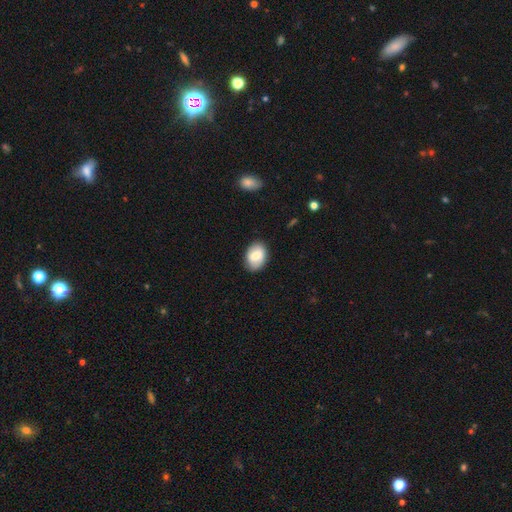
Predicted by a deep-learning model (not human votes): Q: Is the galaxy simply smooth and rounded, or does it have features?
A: smooth — 74%.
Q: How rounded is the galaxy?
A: in between — 79%.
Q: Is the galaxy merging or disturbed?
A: none — 84%.